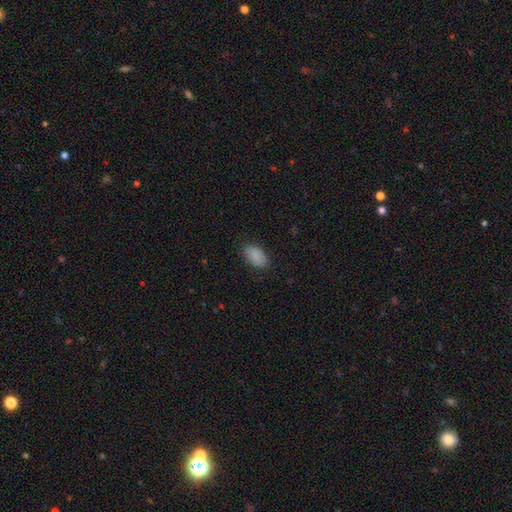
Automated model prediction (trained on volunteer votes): This appears to be a smooth galaxy with no disk features (88%) that is in between round and cigar-shaped (93%). Merging: none (84%).